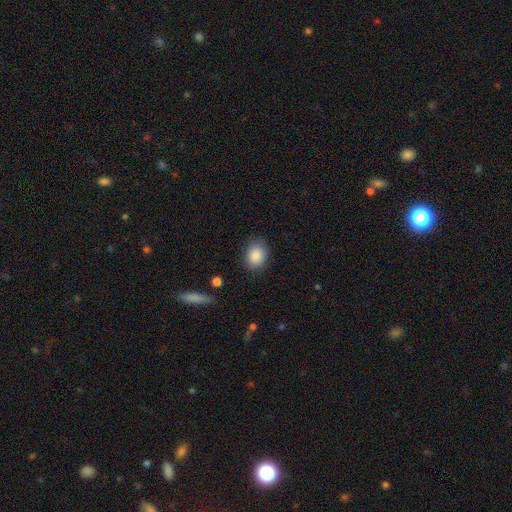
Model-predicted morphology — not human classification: This is clearly a smooth galaxy (86%). How rounded: likely in between (60%). Merging: clearly none (83%).